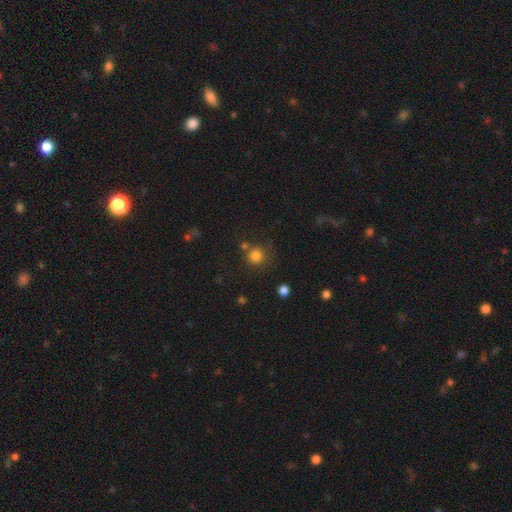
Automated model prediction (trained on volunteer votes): Smooth or featured? smooth (81%)
How rounded? round (93%)
Merging? none (72%)